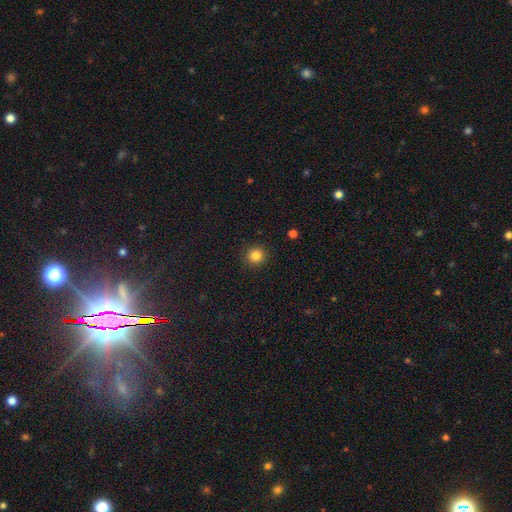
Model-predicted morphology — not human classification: This is clearly a smooth galaxy (84%). How rounded: clearly round (93%). Merging: clearly none (92%).